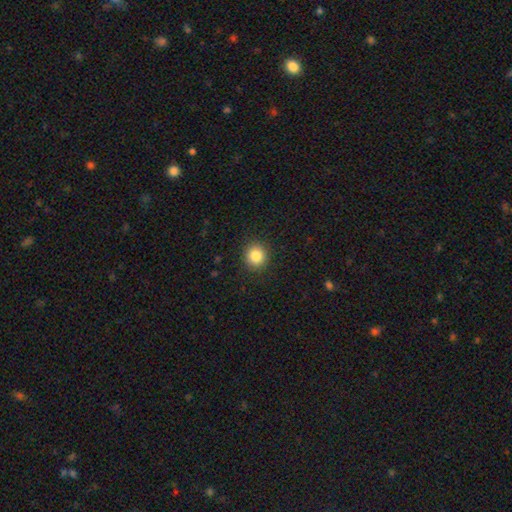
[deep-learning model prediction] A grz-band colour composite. It shows a smooth galaxy with no disk features (84%) that is round (91%). Merging: none (91%).